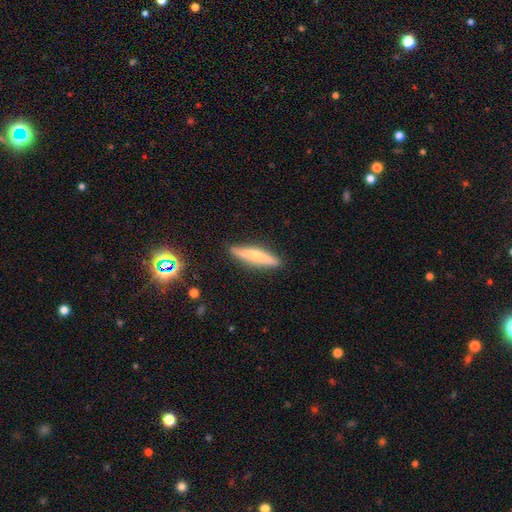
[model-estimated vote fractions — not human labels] Smooth or featured: featured or disk — 50% (smooth — 42%)
Edge-on disk: yes — 87% (no — 13%)
Merging: none — 85% (minor disturbance — 12%)